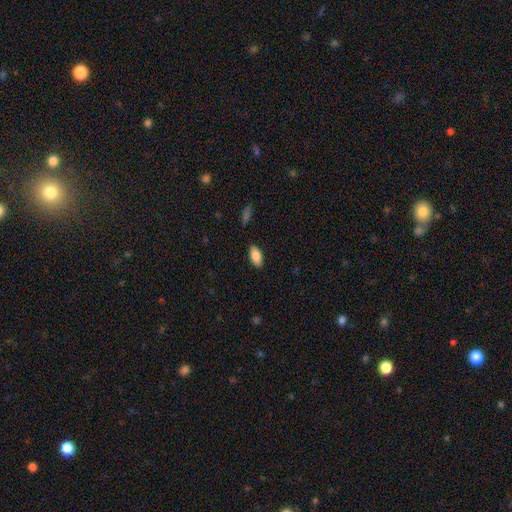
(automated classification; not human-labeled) This is clearly a smooth galaxy (86%). How rounded: clearly in between (92%). Merging: clearly none (86%).